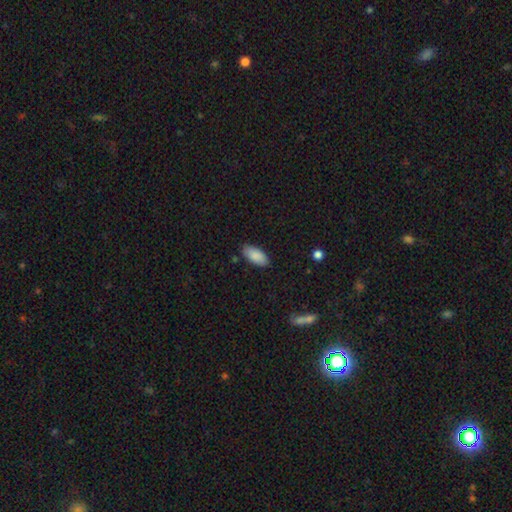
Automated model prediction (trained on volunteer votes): Morphology: type=smooth (88%); roundness=in between (91%); merging=none (83%).